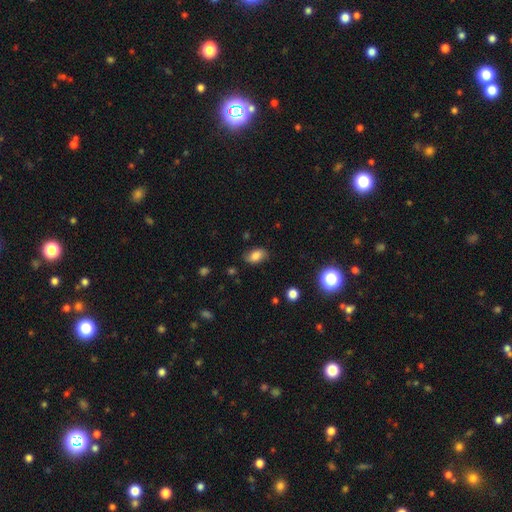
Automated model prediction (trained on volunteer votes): Overall: smooth (79%). How rounded: in between (87%). Merging: none (78%).